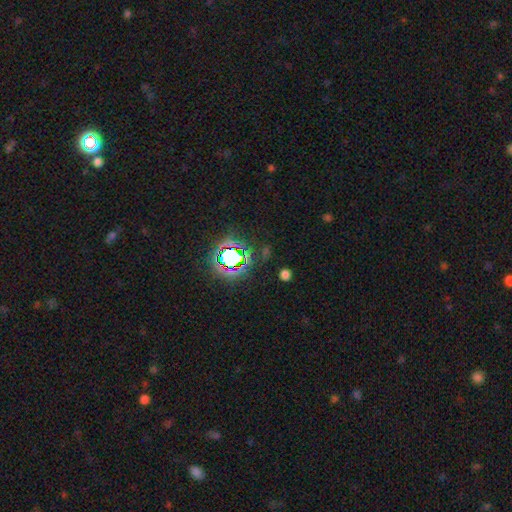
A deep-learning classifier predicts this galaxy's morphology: Overall: star or artifact (79%).